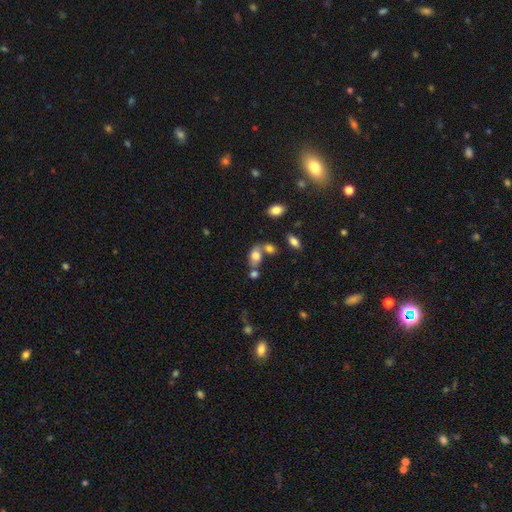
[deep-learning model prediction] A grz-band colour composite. It shows a smooth galaxy with no disk features (72%) that is in between round and cigar-shaped (81%). Merging: none (41%).